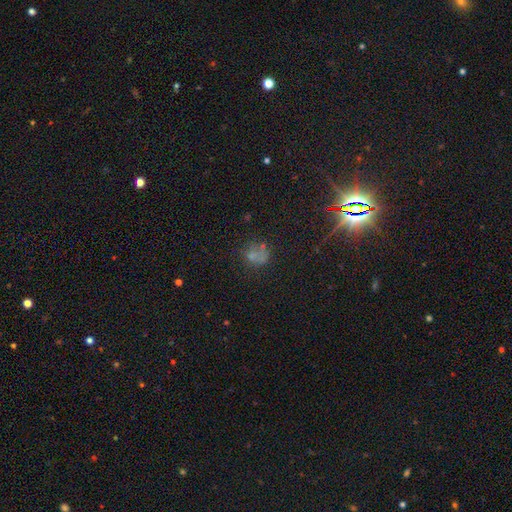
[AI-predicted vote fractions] A smooth galaxy with no disk features (47%).

Vote fractions:
- Smooth or featured? smooth: 47% / star or artifact: 30% / featured or disk: 23%
- Merging? none: 48% / minor disturbance: 21% / major disturbance: 20% / merger: 11%